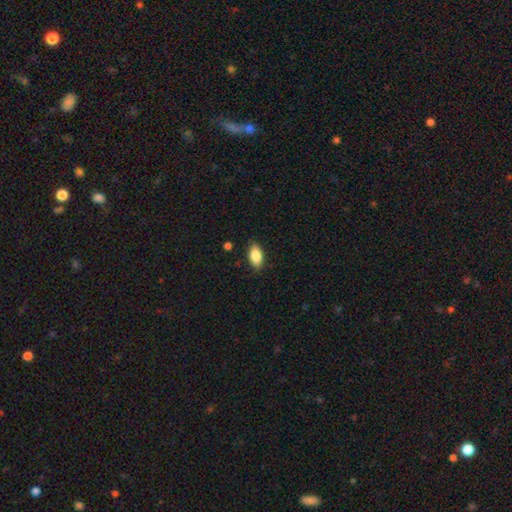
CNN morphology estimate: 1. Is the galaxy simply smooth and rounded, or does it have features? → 86% smooth, 7% featured or disk, 7% star or artifact.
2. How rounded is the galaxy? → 90% in between, 6% cigar-shaped, 4% round.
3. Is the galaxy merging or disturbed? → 86% none, 11% minor disturbance, 2% major disturbance, 1% merger.